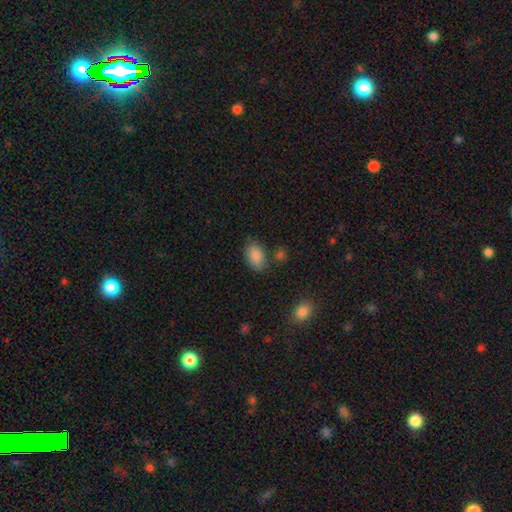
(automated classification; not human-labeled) Overall: smooth (86%). How rounded: in between (89%). Merging: none (70%).